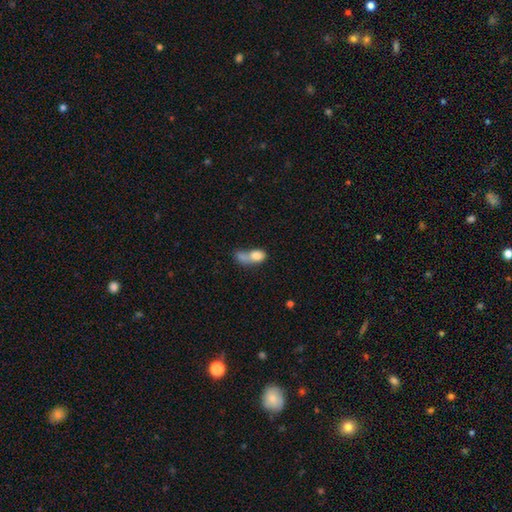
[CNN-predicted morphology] smooth 75%, featured or disk 16%, star or artifact 9%. Down the decision tree: how rounded — in between (73%); merging — merger (58%).